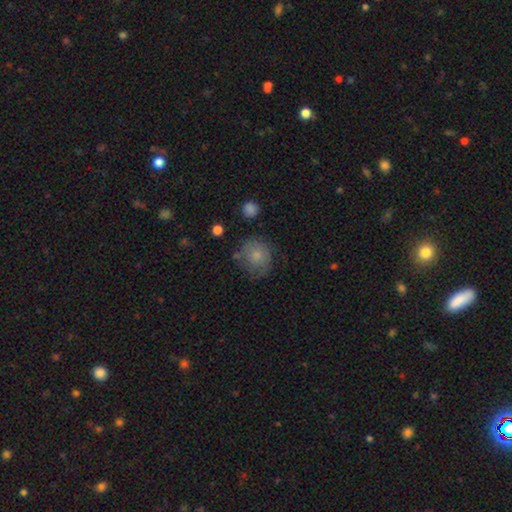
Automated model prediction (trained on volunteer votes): Q: Smooth or featured?
A: smooth (70%); runner-up: featured or disk (21%)
Q: How rounded?
A: round (79%); runner-up: in between (20%)
Q: Merging?
A: none (59%); runner-up: minor disturbance (27%)